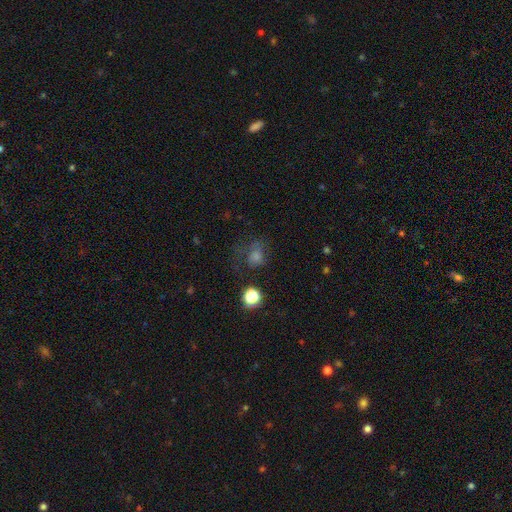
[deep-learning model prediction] smooth 51%, star or artifact 28%, featured or disk 21%. Down the decision tree: how rounded — round (63%); merging — none (49%).